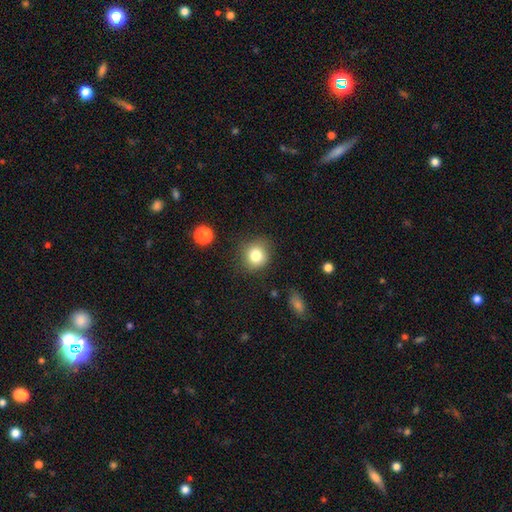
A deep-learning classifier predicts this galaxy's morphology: Smooth or featured? smooth (81%)
How rounded? round (84%)
Merging? none (80%)